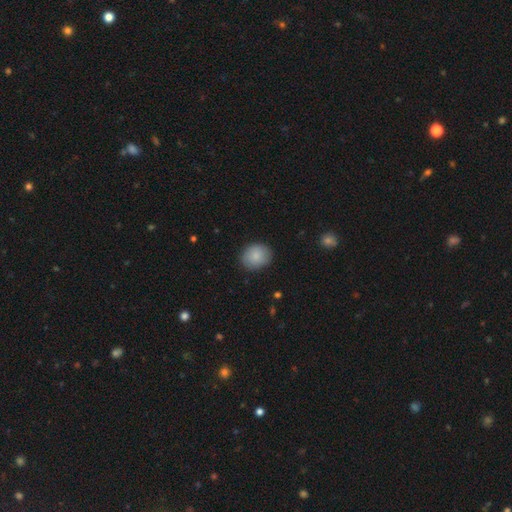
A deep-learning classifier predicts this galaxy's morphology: This is clearly a smooth galaxy (86%). How rounded: possibly round (57%). Merging: clearly none (86%).